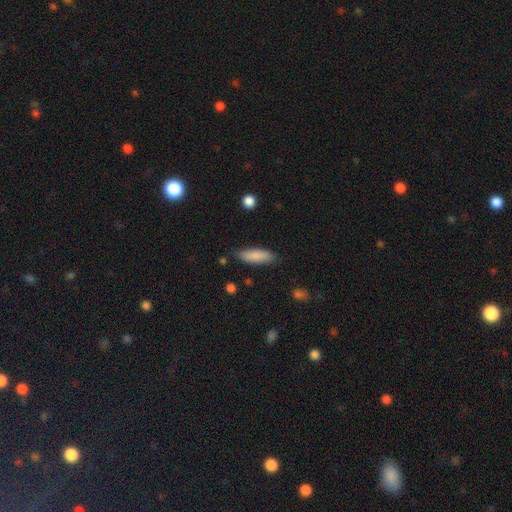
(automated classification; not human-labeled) Smooth or featured? smooth (85%)
How rounded? in between (50%)
Merging? none (83%)